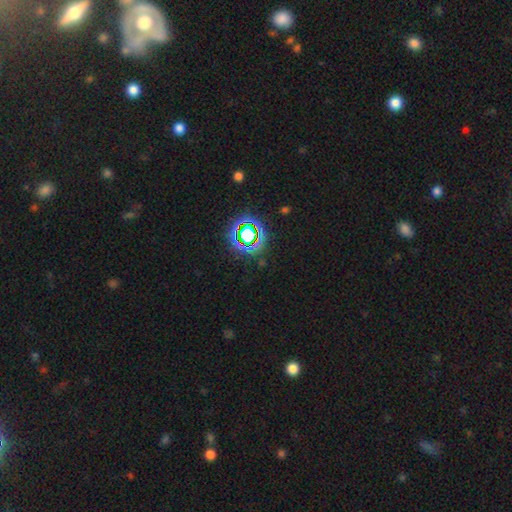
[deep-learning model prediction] Smooth or featured? Predicted: star or artifact (p=0.75).